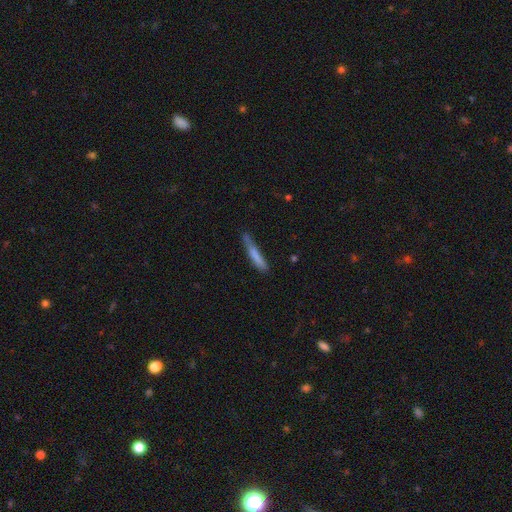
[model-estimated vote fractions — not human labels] Smooth or featured? Predicted: smooth (p=0.73). How rounded? Predicted: cigar-shaped (p=0.94). Merging? Predicted: none (p=0.63).